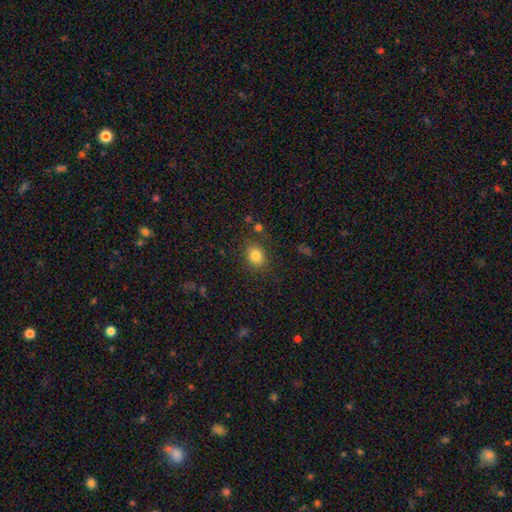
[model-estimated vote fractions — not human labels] Smooth or featured? Predicted: smooth (p=0.82). How rounded? Predicted: in between (p=0.52). Merging? Predicted: none (p=0.82).